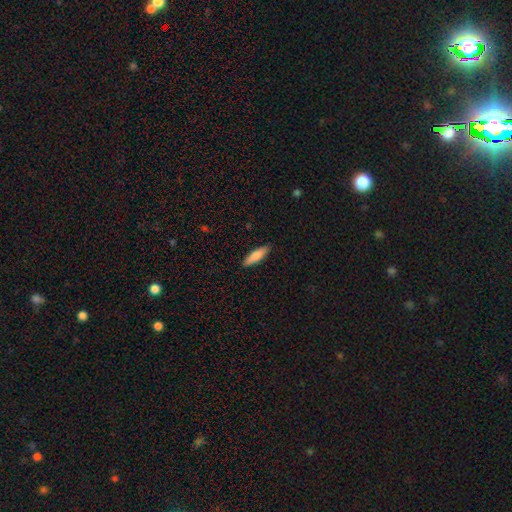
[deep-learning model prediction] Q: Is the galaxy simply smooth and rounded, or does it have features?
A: smooth — 82%.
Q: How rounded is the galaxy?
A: cigar-shaped — 65%.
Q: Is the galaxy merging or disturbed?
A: none — 88%.